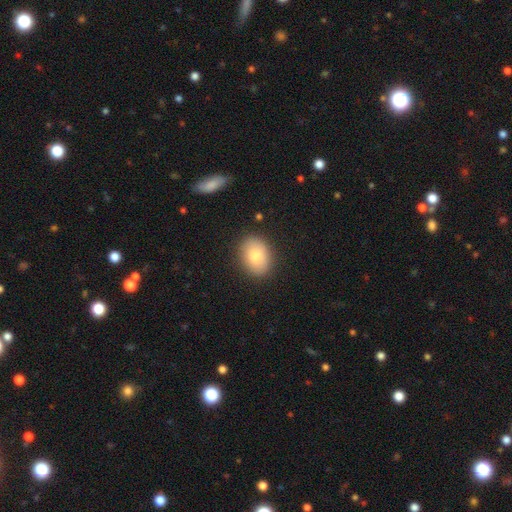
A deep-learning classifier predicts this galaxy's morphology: This is likely a smooth galaxy (80%). How rounded: likely in between (63%). Merging: clearly none (87%).